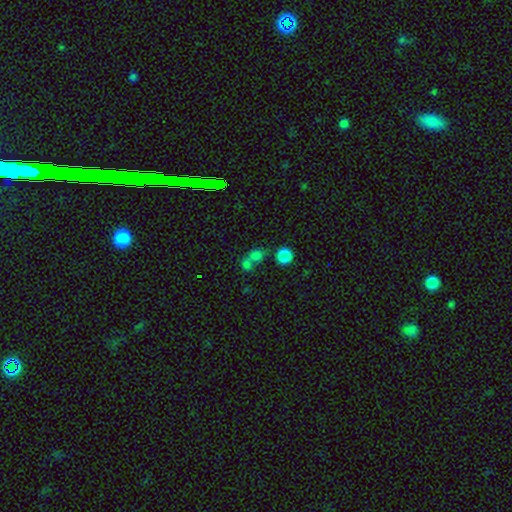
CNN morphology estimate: smooth-or-featured: smooth: 71% | star or artifact: 19% | featured or disk: 10%
  how-rounded: round: 70% | in between: 29% | cigar-shaped: 2%
  merging: merger: 49% | none: 38% | minor disturbance: 7% | major disturbance: 5%